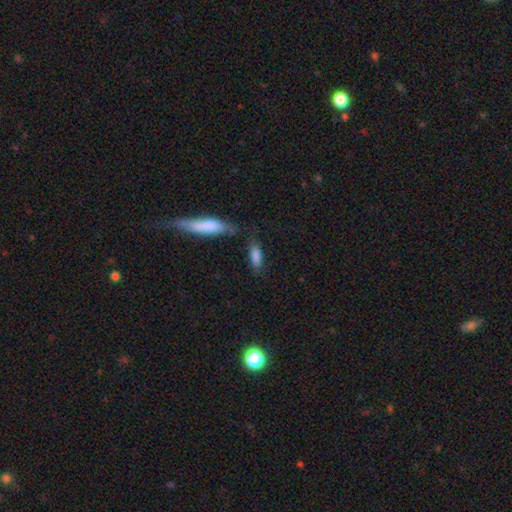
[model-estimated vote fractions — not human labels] Morphology: type=smooth (82%); roundness=in between (54%); merging=none (63%).